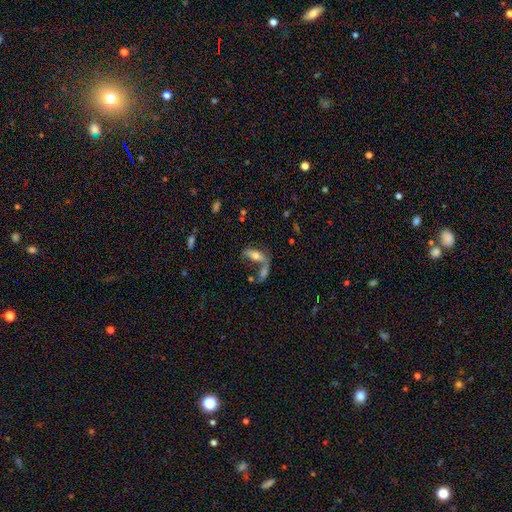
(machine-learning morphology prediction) Q: Smooth or featured?
A: smooth (57%); runner-up: featured or disk (33%)
Q: How rounded?
A: in between (75%); runner-up: cigar-shaped (20%)
Q: Merging?
A: merger (47%); runner-up: none (30%)